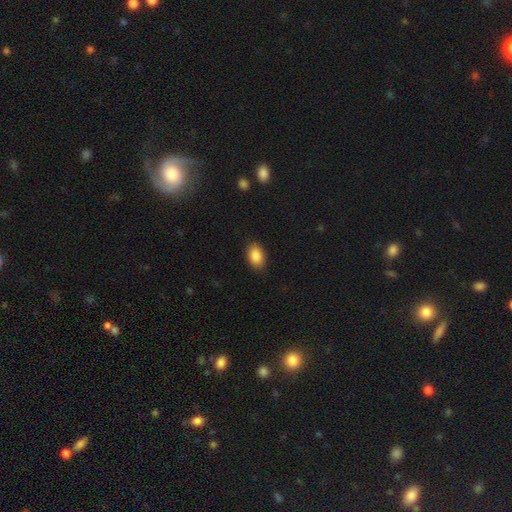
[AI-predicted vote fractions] Smooth or featured? Predicted: smooth (p=0.88). How rounded? Predicted: in between (p=0.89). Merging? Predicted: none (p=0.87).